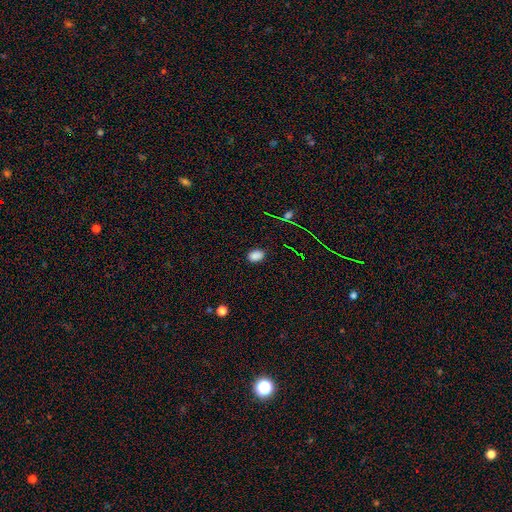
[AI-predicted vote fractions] A smooth galaxy with no disk features (82%) that is in between round and cigar-shaped (80%).

Vote fractions:
- Smooth or featured? smooth: 82% / star or artifact: 14% / featured or disk: 4%
- How rounded? in between: 80% / round: 19% / cigar-shaped: 1%
- Merging? none: 86% / minor disturbance: 10% / major disturbance: 2% / merger: 1%